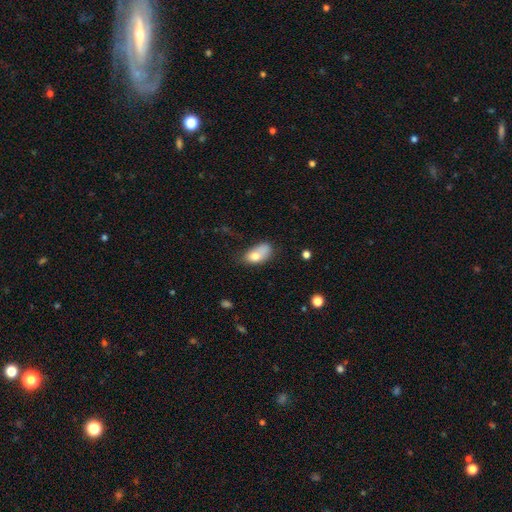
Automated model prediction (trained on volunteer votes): A smooth galaxy with no disk features (74%) that is in between round and cigar-shaped (89%).

Vote fractions:
- Smooth or featured? smooth: 74% / featured or disk: 18% / star or artifact: 8%
- How rounded? in between: 89% / round: 7% / cigar-shaped: 3%
- Merging? none: 35% / minor disturbance: 32% / major disturbance: 18% / merger: 15%